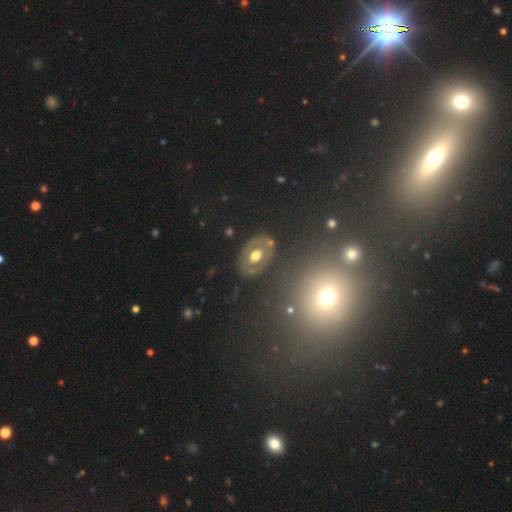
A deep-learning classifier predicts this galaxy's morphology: Smooth or featured?
  - featured or disk: 52% *
  - smooth: 40%
  - star or artifact: 9%
Edge-on disk?
  - no: 92% *
  - yes: 8%
Merging?
  - none: 79% *
  - minor disturbance: 13%
  - major disturbance: 5%
  - merger: 3%